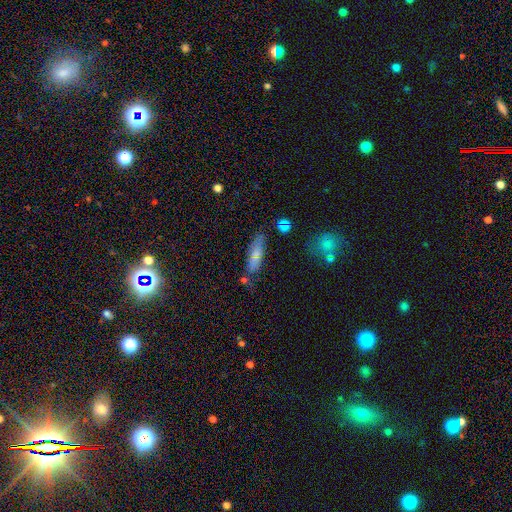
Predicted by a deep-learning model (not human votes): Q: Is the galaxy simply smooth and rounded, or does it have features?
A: smooth — 71%.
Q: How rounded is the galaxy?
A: cigar-shaped — 64%.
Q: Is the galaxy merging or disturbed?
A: none — 68%.